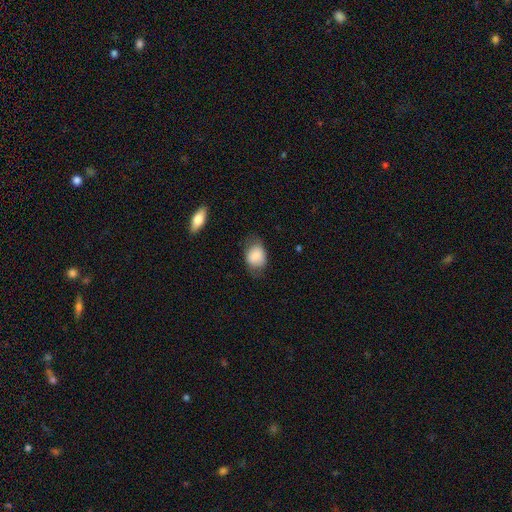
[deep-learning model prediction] Morphology: type=smooth (81%); roundness=in between (66%); merging=none (65%).